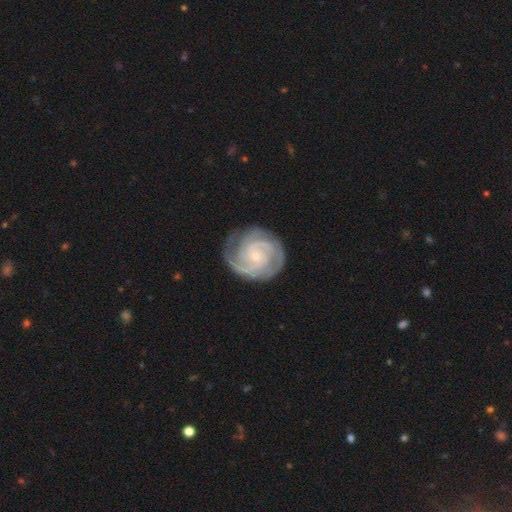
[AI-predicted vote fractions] A featured or disk galaxy (90%) with no bar (66%), 3 (38%) tight (66%) spiral arms (98%) and a small central bulge (81%).

Vote fractions:
- Smooth or featured? featured or disk: 90% / smooth: 5% / star or artifact: 4%
- Edge-on disk? no: 98% / yes: 2%
- Bar? no: 66% / weak: 28% / strong: 7%
- Spiral arms? yes: 98% / no: 2%
- Spiral winding? tight: 66% / medium: 30% / loose: 4%
- Spiral arm count? 3: 38% / 2: 28% / can't tell: 13% / 4: 10% / 1: 6% / more than 4: 5%
- Bulge size? small: 81% / moderate: 15% / none: 3% / large: 1% / dominant: 1%
- Merging? none: 77% / minor disturbance: 16% / major disturbance: 6% / merger: 1%